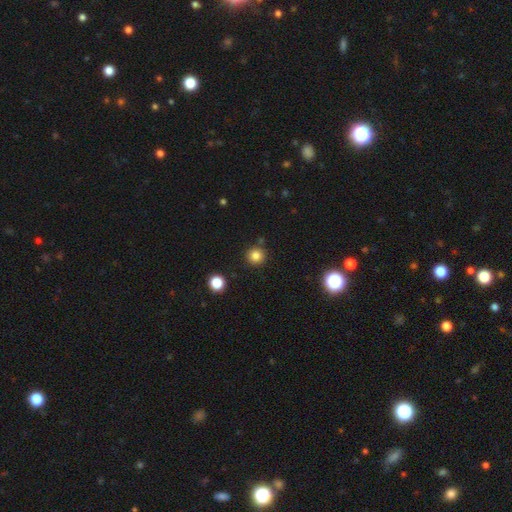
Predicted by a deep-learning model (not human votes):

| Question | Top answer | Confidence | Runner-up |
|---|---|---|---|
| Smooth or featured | smooth | 82% | star or artifact (13%) |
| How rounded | round | 94% | in between (5%) |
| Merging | none | 88% | minor disturbance (6%) |